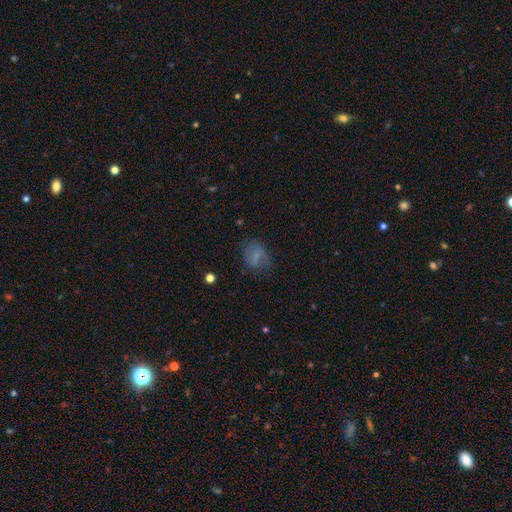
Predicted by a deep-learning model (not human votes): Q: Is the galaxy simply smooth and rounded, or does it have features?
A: smooth — 63%.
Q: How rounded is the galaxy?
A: in between — 63%.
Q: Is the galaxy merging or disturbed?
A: none — 56%.